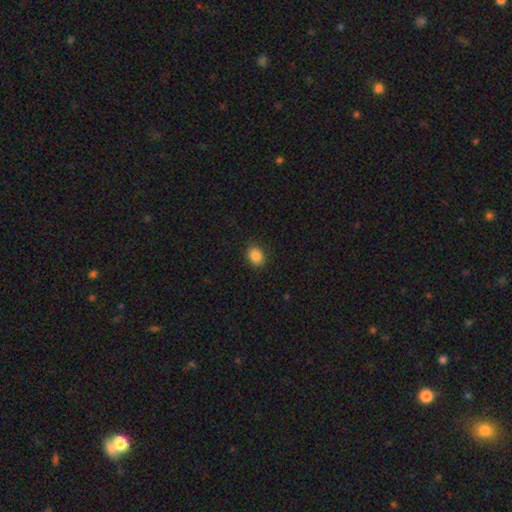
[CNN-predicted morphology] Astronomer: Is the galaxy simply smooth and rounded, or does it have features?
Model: smooth — 86%.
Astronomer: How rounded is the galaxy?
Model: in between — 57% (runner-up: round, 42%).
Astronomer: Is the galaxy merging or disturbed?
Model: none — 90%.